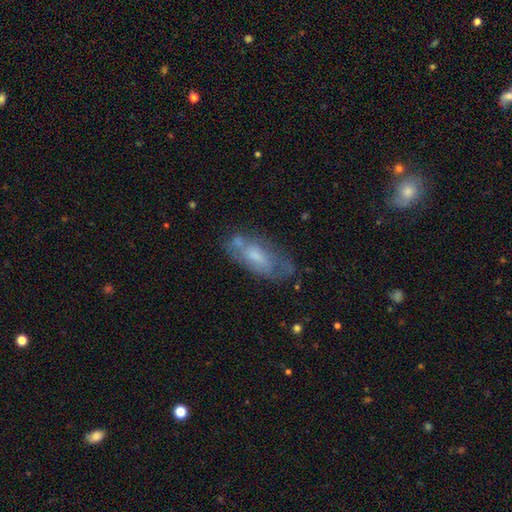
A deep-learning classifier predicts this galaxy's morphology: Smooth or featured? featured or disk (50%)
Edge-on disk? no (86%)
Merging? none (53%)